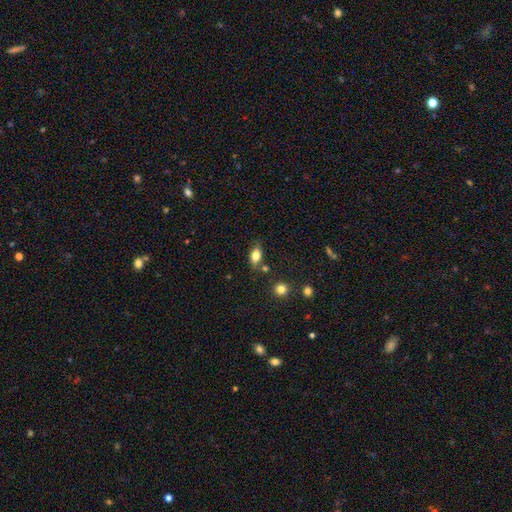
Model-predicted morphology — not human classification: A smooth galaxy with no disk features (79%) that is in between round and cigar-shaped (85%). Merging: none (71%).